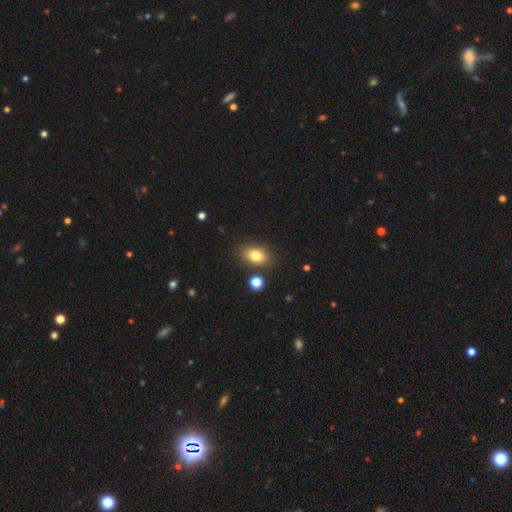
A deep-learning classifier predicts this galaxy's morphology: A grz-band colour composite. It shows a smooth galaxy with no disk features (81%) that is in between round and cigar-shaped (82%). Merging: none (81%).